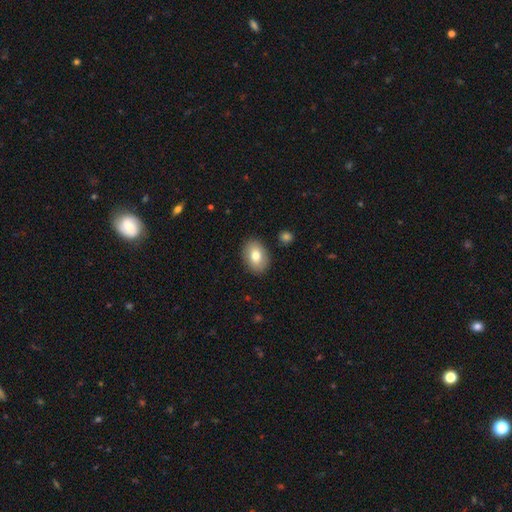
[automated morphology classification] This appears to be a smooth galaxy with no disk features (77%) that is in between round and cigar-shaped (78%). Merging: none (87%).